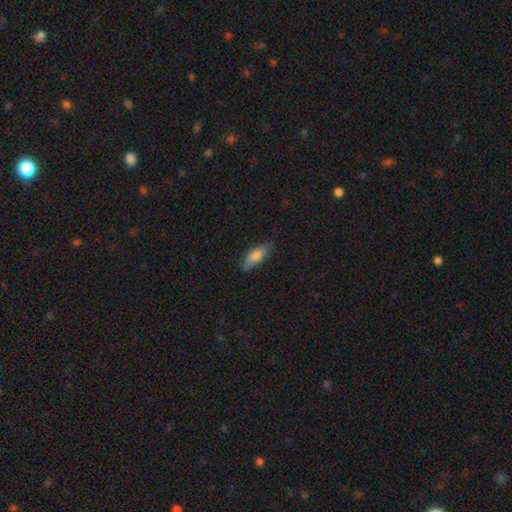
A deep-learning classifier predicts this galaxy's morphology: A smooth galaxy with no disk features (78%) that is in between round and cigar-shaped (61%). Merging: none (78%).